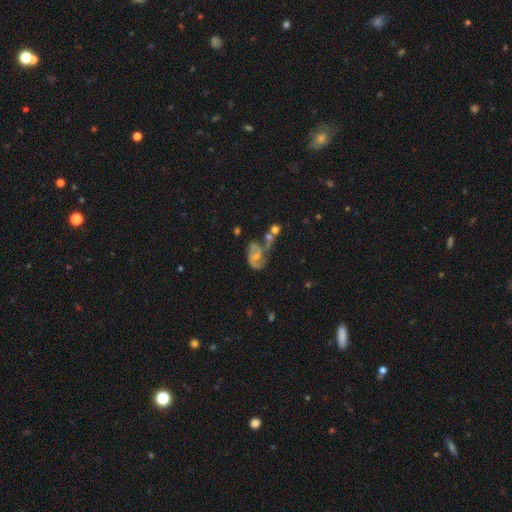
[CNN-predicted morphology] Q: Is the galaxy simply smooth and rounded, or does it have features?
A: featured or disk — 78%.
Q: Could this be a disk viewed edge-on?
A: no — 98%.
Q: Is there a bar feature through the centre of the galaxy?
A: no — 59%.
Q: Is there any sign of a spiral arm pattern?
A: yes — 89%.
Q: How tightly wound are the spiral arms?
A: medium — 49%.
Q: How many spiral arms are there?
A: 2 — 64%.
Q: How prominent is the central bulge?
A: small — 50%.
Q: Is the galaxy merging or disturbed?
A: none — 29%.